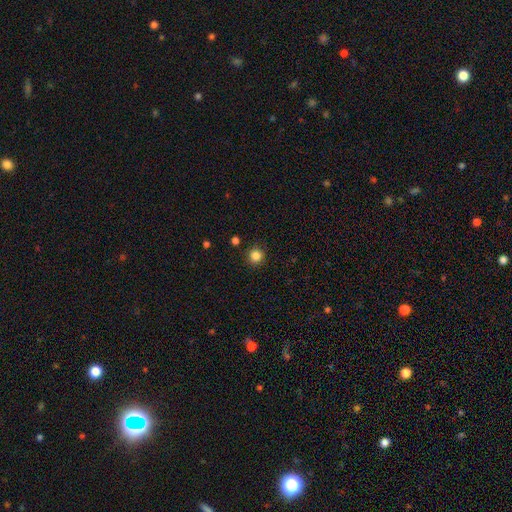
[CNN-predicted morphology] A smooth galaxy with no disk features (84%) that is round (94%). Merging: none (90%).